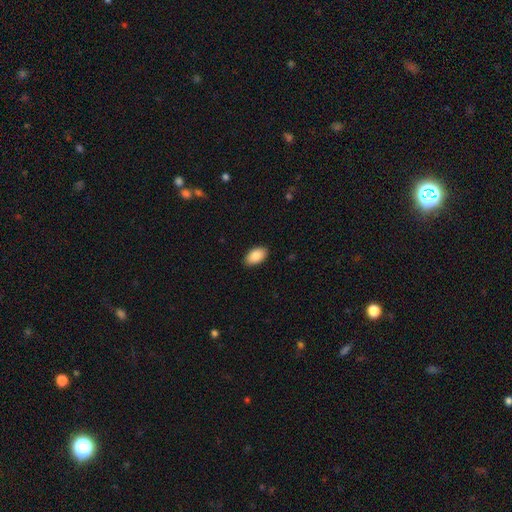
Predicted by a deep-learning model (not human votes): A smooth galaxy with no disk features (88%) that is in between round and cigar-shaped (94%).

Vote fractions:
- Smooth or featured? smooth: 88% / star or artifact: 6% / featured or disk: 5%
- How rounded? in between: 94% / round: 4% / cigar-shaped: 1%
- Merging? none: 89% / minor disturbance: 8% / major disturbance: 2% / merger: 1%